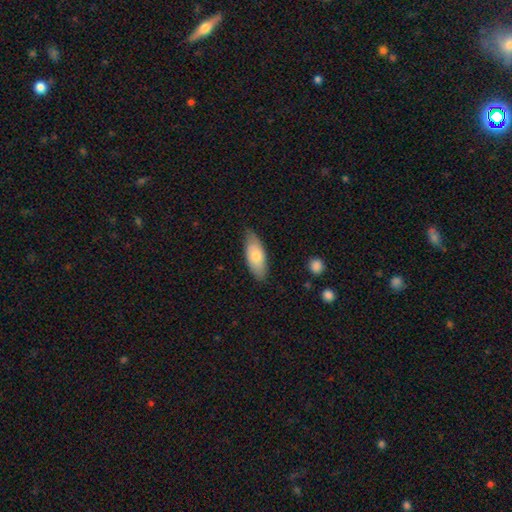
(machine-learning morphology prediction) Q: Smooth or featured?
A: smooth (72%); runner-up: featured or disk (22%)
Q: How rounded?
A: in between (81%); runner-up: cigar-shaped (16%)
Q: Merging?
A: none (77%); runner-up: minor disturbance (19%)